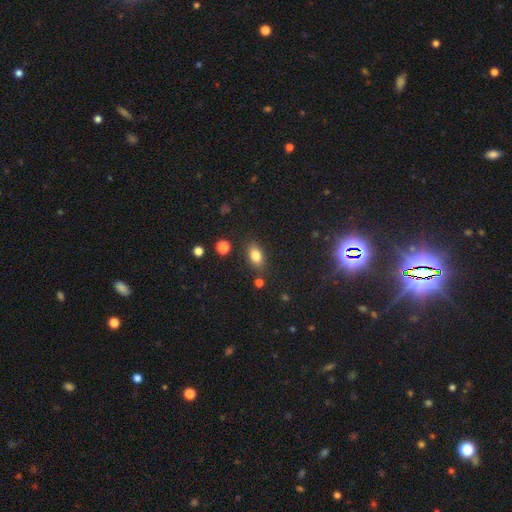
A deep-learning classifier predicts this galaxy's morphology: A smooth galaxy with no disk features (80%) that is in between round and cigar-shaped (82%). Merging: none (82%).